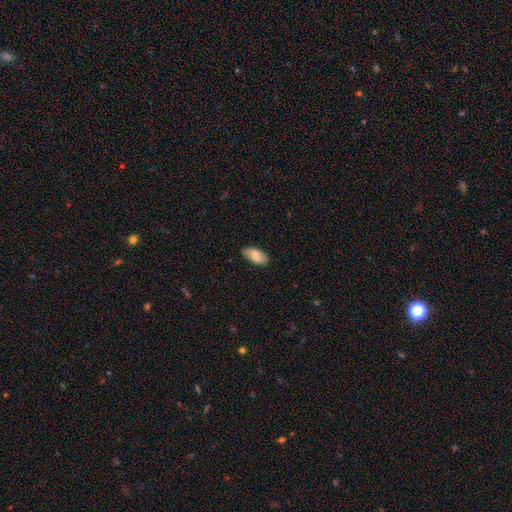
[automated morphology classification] smooth_or_featured: smooth (p=0.78) [alt: featured or disk p=0.16]
how_rounded: in between (p=0.93) [alt: cigar-shaped p=0.04]
merging: none (p=0.83) [alt: minor disturbance p=0.13]